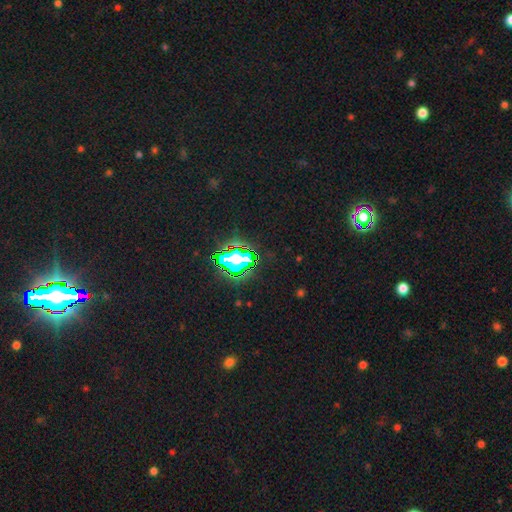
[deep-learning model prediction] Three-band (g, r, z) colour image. It shows a star or artifact, not a galaxy (83%).